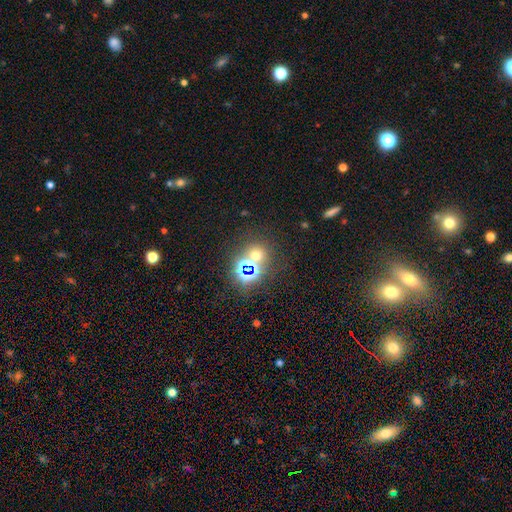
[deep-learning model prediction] Smooth or featured?
  - star or artifact: 48% *
  - smooth: 43%
  - featured or disk: 9%